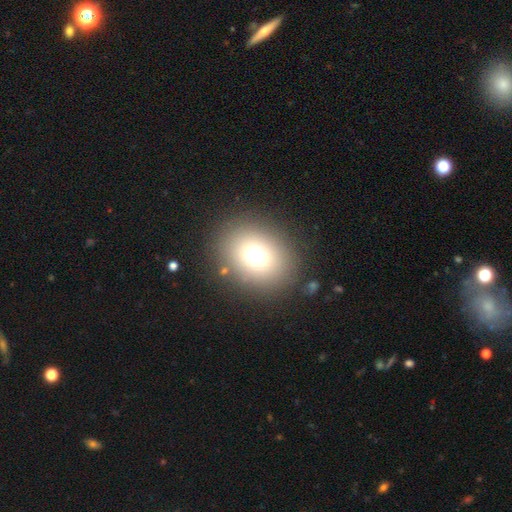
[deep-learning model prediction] Smooth or featured? smooth (73%)
How rounded? round (54%)
Merging? none (85%)